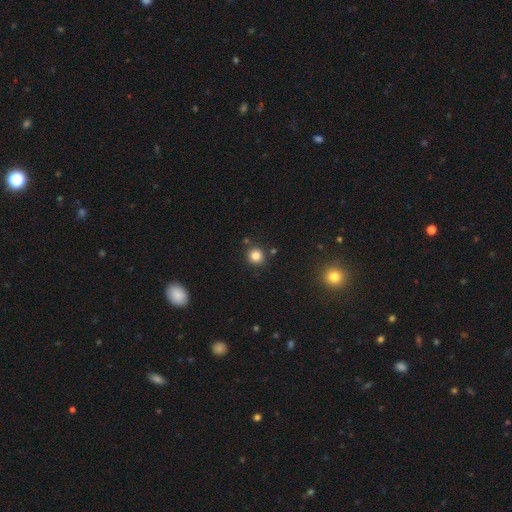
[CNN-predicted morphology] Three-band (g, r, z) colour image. It shows a smooth galaxy with no disk features (83%) that is round (90%). Merging: none (85%).